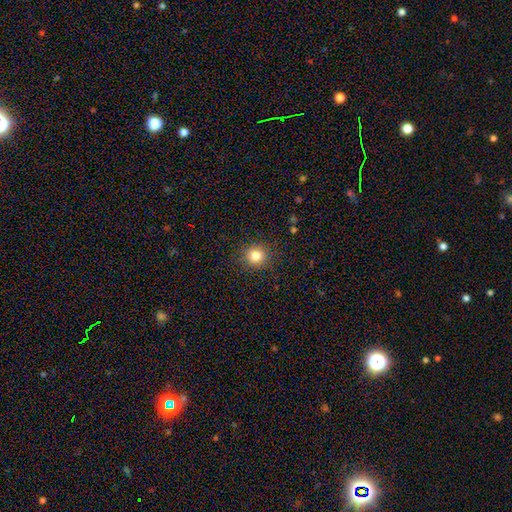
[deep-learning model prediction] A smooth galaxy with no disk features (81%) that is round (89%). Merging: none (89%).